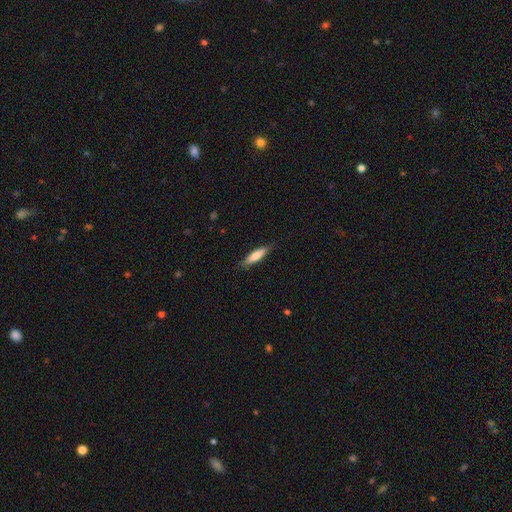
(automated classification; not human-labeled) Smooth or featured: smooth — 69% (featured or disk — 25%)
How rounded: cigar-shaped — 78% (in between — 21%)
Merging: none — 84% (minor disturbance — 12%)